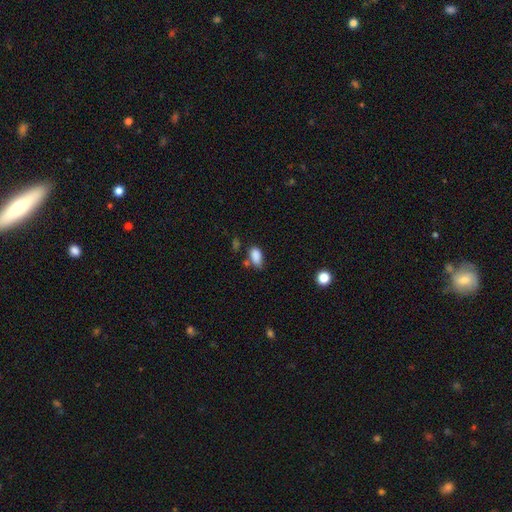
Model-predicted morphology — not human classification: Overall: smooth (86%). How rounded: in between (90%). Merging: none (54%; minor disturbance 26%).